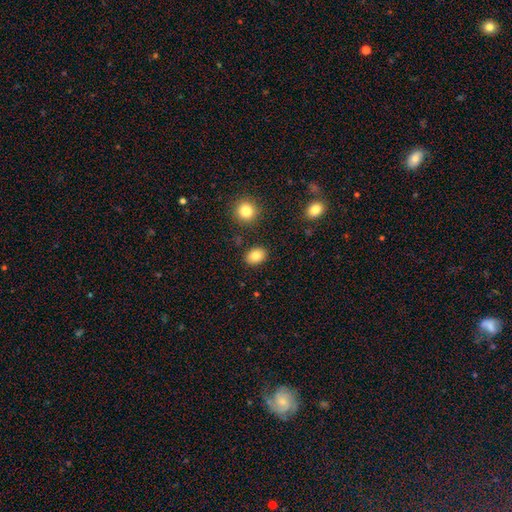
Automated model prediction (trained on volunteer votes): smooth_or_featured: smooth (p=0.83) [alt: star or artifact p=0.09]
how_rounded: in between (p=0.68) [alt: round p=0.31]
merging: none (p=0.87) [alt: minor disturbance p=0.08]